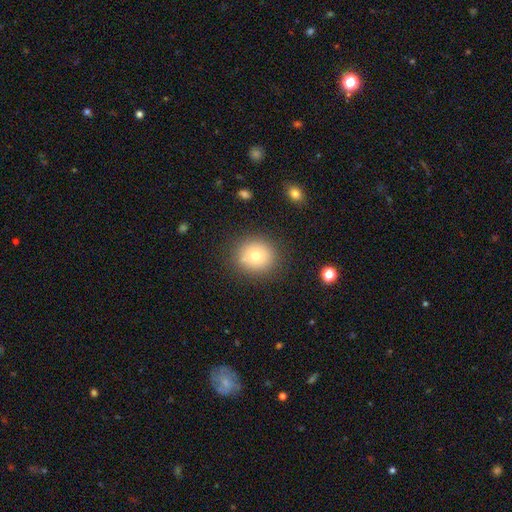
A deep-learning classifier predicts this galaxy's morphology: This is likely a smooth galaxy (75%). How rounded: clearly round (86%). Merging: clearly none (84%).